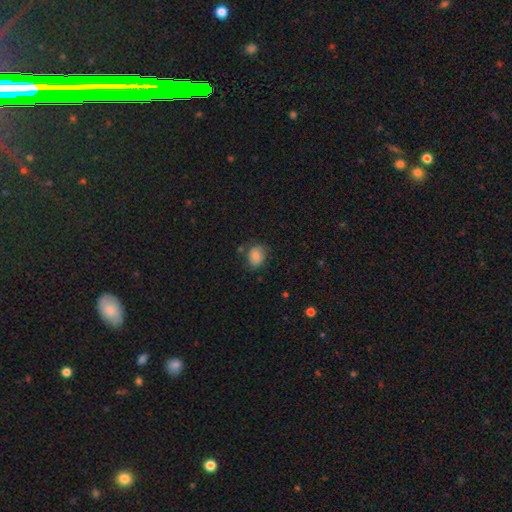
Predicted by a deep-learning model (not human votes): Smooth or featured?
  - smooth: 75% *
  - featured or disk: 16%
  - star or artifact: 9%
How rounded?
  - in between: 50% *
  - round: 49%
  - cigar-shaped: 1%
Merging?
  - none: 70% *
  - minor disturbance: 21%
  - major disturbance: 5%
  - merger: 4%